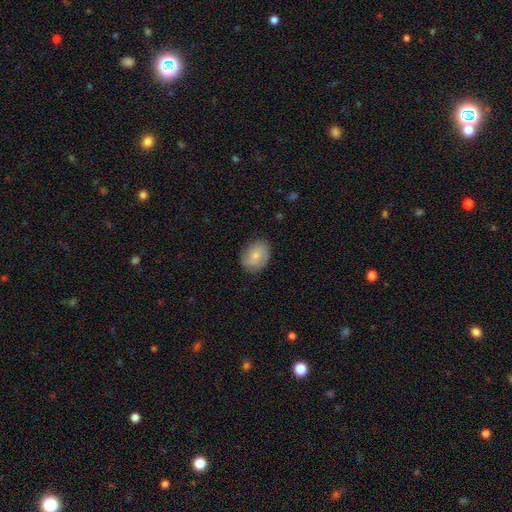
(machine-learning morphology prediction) smooth-or-featured: smooth: 70% | featured or disk: 23% | star or artifact: 7%
  how-rounded: in between: 60% | round: 39% | cigar-shaped: 1%
  merging: none: 81% | minor disturbance: 14% | major disturbance: 3% | merger: 1%